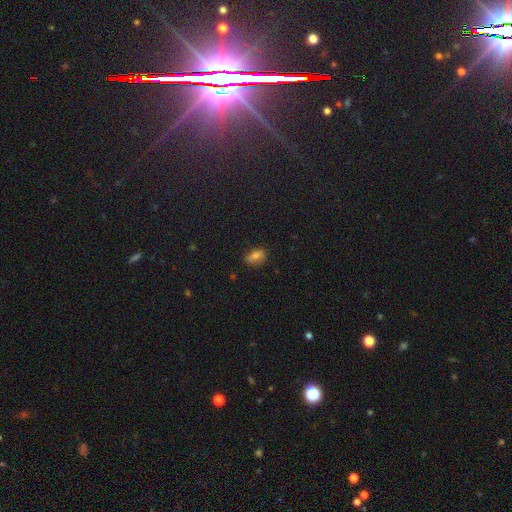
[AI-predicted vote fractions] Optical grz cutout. It shows a smooth galaxy with no disk features (68%) that is in between round and cigar-shaped (76%). Merging: none (71%).